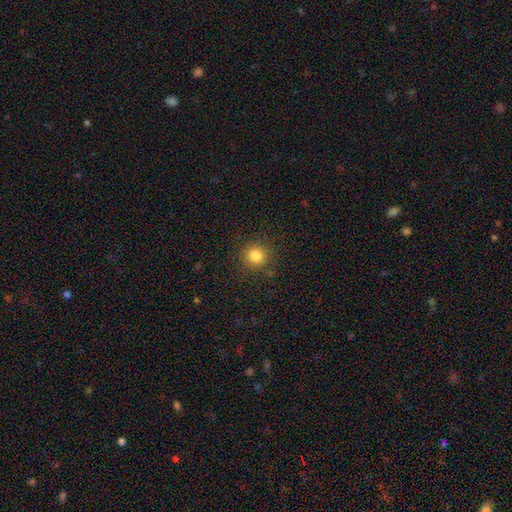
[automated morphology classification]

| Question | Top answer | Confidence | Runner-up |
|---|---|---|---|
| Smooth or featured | smooth | 82% | star or artifact (13%) |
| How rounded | round | 94% | in between (5%) |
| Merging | none | 90% | minor disturbance (6%) |